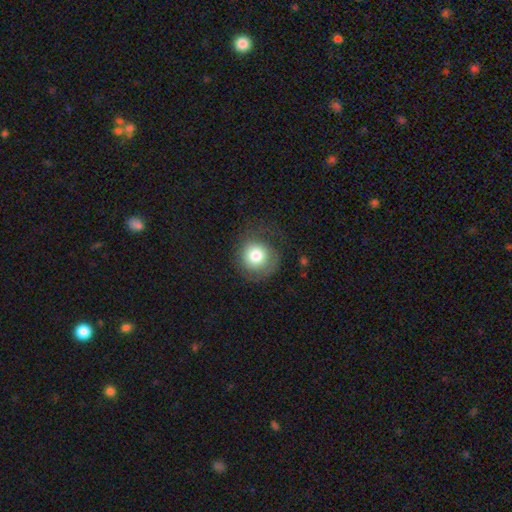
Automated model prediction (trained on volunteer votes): This is likely a smooth galaxy (74%). How rounded: clearly round (91%). Merging: likely none (62%).